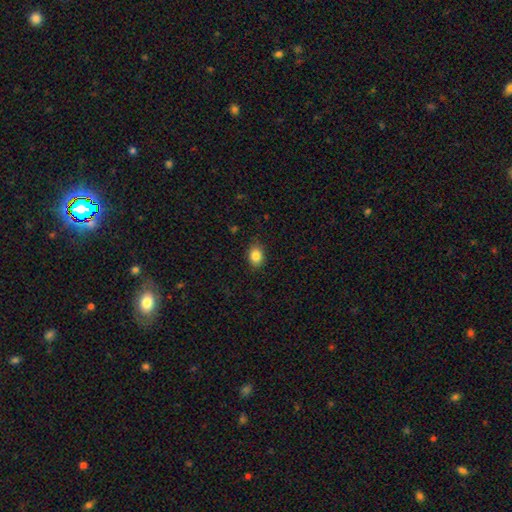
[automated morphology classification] The model was most divided on "how rounded": in between: 61%, round: 38%, cigar-shaped: 1%. More confident: merging — none (86%); smooth or featured — smooth (85%).